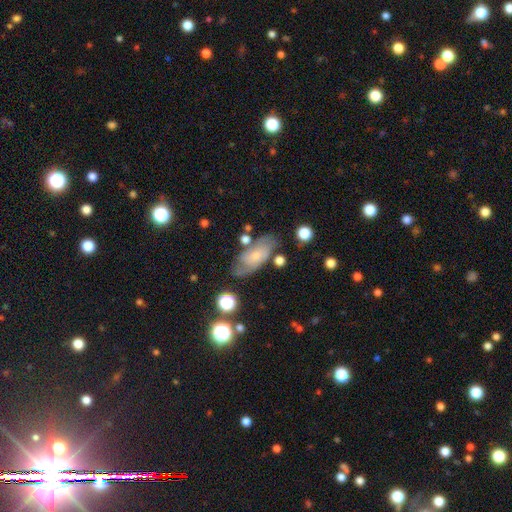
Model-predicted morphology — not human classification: featured or disk 52%, smooth 39%, star or artifact 9%. Down the decision tree: edge-on disk — no (88%); merging — none (64%).